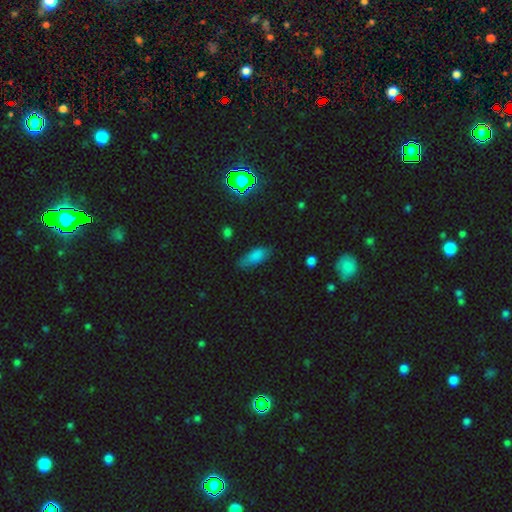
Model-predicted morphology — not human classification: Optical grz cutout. It shows a smooth galaxy with no disk features (79%) that is in between round and cigar-shaped (82%). Merging: none (72%).